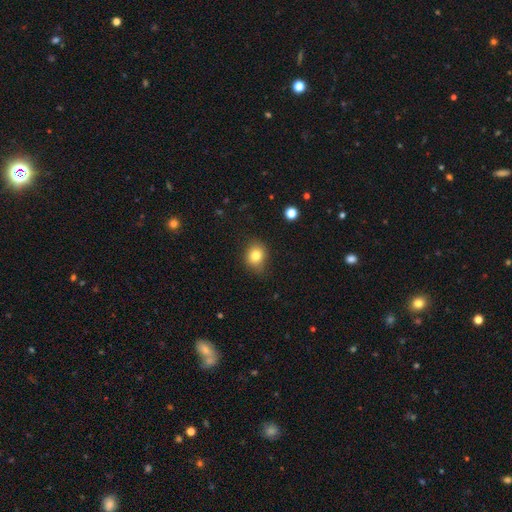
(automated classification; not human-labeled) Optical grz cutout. It shows a smooth galaxy with no disk features (80%) that is round (61%). Merging: none (75%).